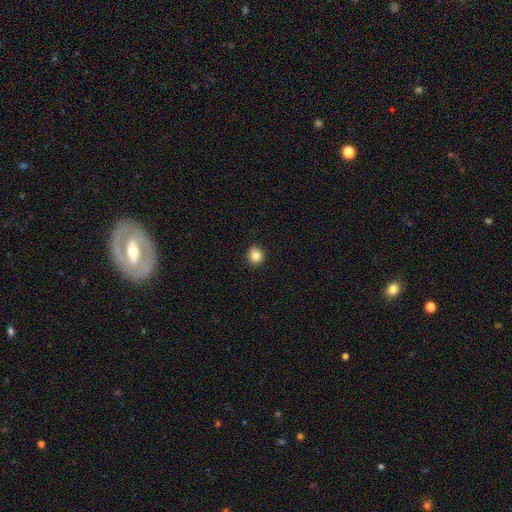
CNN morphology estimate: Smooth or featured: smooth — 84% (star or artifact — 10%)
How rounded: round — 88% (in between — 11%)
Merging: none — 91% (minor disturbance — 7%)